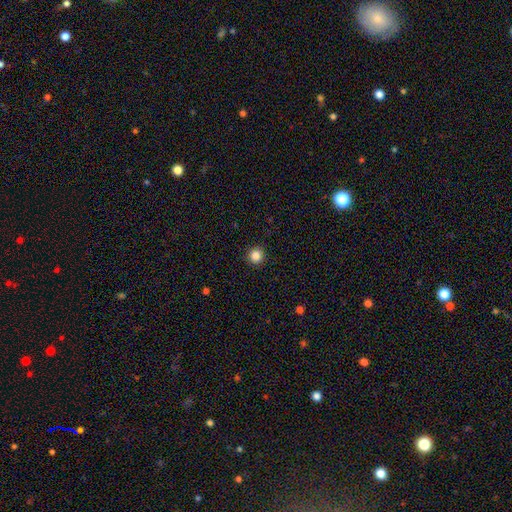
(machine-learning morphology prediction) smooth-or-featured: smooth: 85% | star or artifact: 11% | featured or disk: 4%
  how-rounded: round: 95% | in between: 4% | cigar-shaped: 1%
  merging: none: 93% | minor disturbance: 4% | major disturbance: 2% | merger: 1%